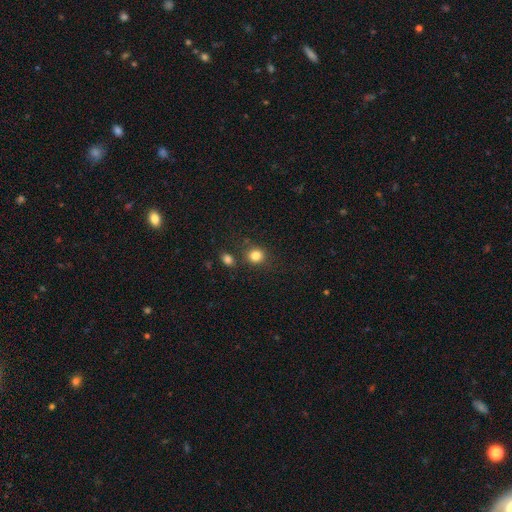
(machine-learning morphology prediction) Smooth or featured?
  - smooth: 82% *
  - star or artifact: 12%
  - featured or disk: 6%
How rounded?
  - round: 82% *
  - in between: 17%
  - cigar-shaped: 1%
Merging?
  - none: 77% *
  - minor disturbance: 11%
  - merger: 8%
  - major disturbance: 4%